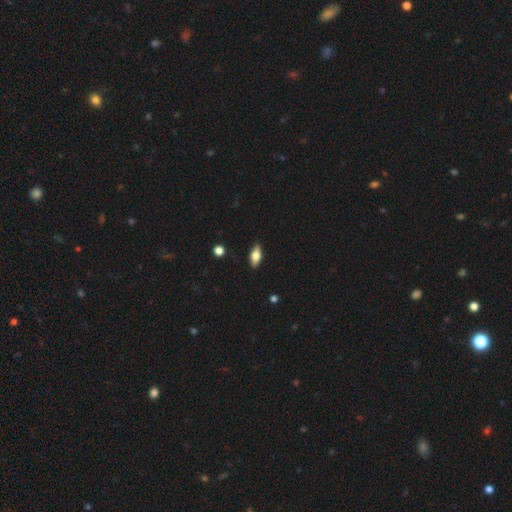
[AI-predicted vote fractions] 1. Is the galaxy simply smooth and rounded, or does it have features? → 67% smooth, 27% featured or disk, 7% star or artifact.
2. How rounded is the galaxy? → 80% in between, 17% cigar-shaped, 3% round.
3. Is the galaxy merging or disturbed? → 88% none, 9% minor disturbance, 2% major disturbance, 1% merger.